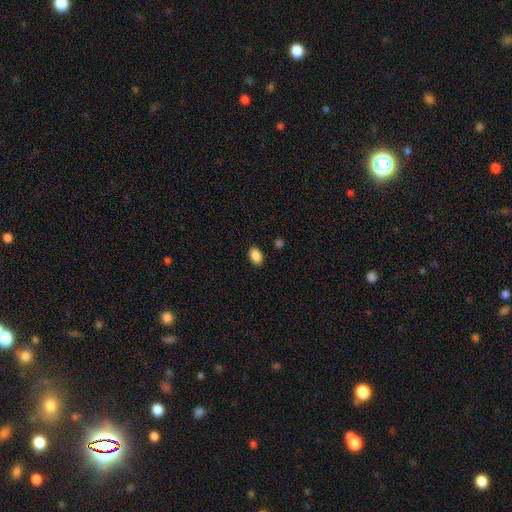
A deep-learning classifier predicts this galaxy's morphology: Smooth or featured? Predicted: smooth (p=0.89). How rounded? Predicted: in between (p=0.87). Merging? Predicted: none (p=0.88).